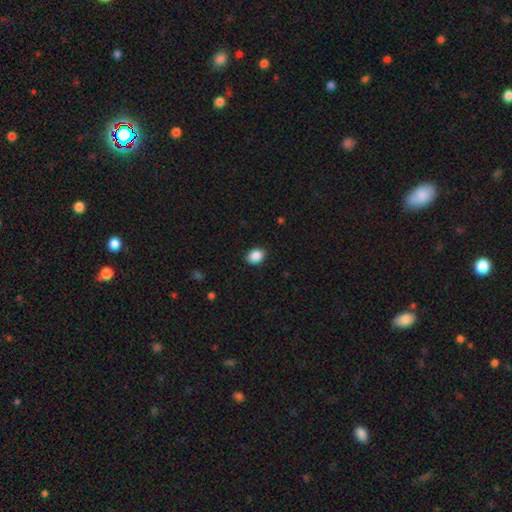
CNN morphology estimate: Smooth or featured: smooth — 88% (star or artifact — 8%)
How rounded: in between — 63% (round — 36%)
Merging: none — 89% (minor disturbance — 8%)